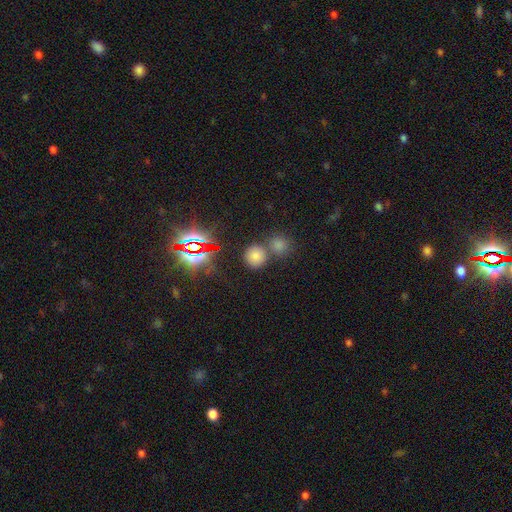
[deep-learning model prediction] smooth_or_featured: smooth (p=0.72) [alt: star or artifact p=0.22]
how_rounded: round (p=0.90) [alt: in between p=0.09]
merging: none (p=0.60) [alt: merger p=0.29]